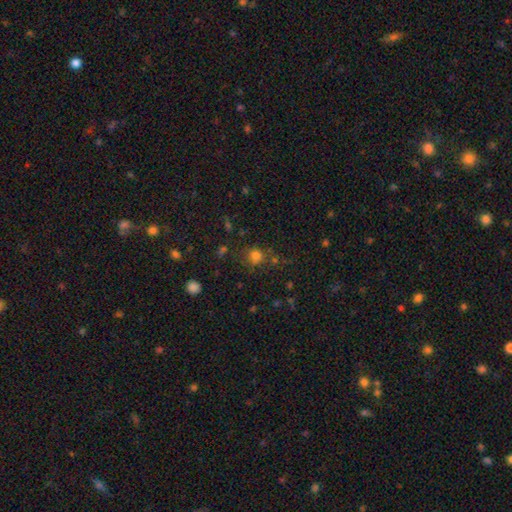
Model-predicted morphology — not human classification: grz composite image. It shows a smooth galaxy with no disk features (74%) that is round (80%). Merging: none (68%).